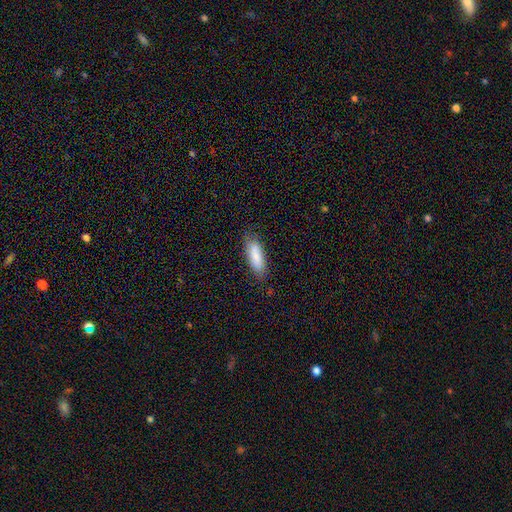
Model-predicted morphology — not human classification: This appears to be a smooth galaxy with no disk features (85%) that is in between round and cigar-shaped (57%). Merging: none (79%).